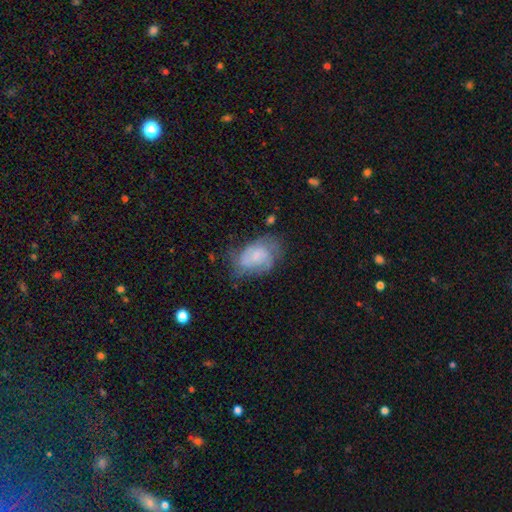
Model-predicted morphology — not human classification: Smooth or featured?
  - featured or disk: 59% *
  - smooth: 32%
  - star or artifact: 9%
Edge-on disk?
  - no: 97% *
  - yes: 3%
Bar?
  - no: 63% *
  - weak: 32%
  - strong: 6%
Spiral arms?
  - yes: 84% *
  - no: 16%
Bulge size?
  - small: 45% *
  - none: 27%
  - moderate: 21%
  - large: 5%
  - dominant: 2%
Merging?
  - none: 56% *
  - minor disturbance: 27%
  - major disturbance: 15%
  - merger: 2%